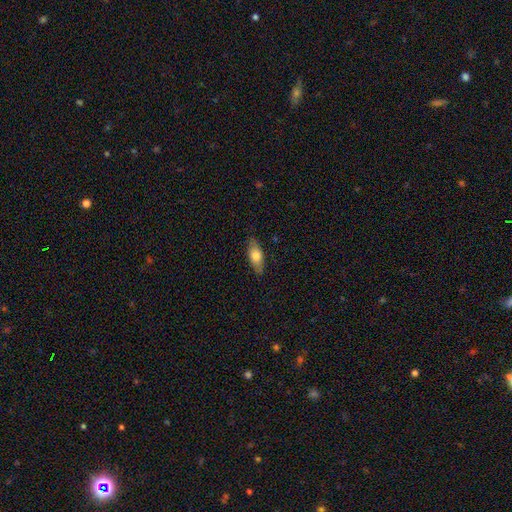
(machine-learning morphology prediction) type=smooth (69%); roundness=in between (75%); merging=none (85%).